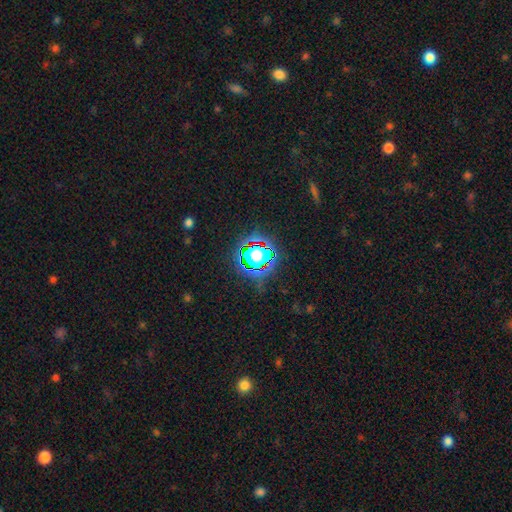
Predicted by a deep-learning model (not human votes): Smooth or featured? Predicted: star or artifact (p=0.78).